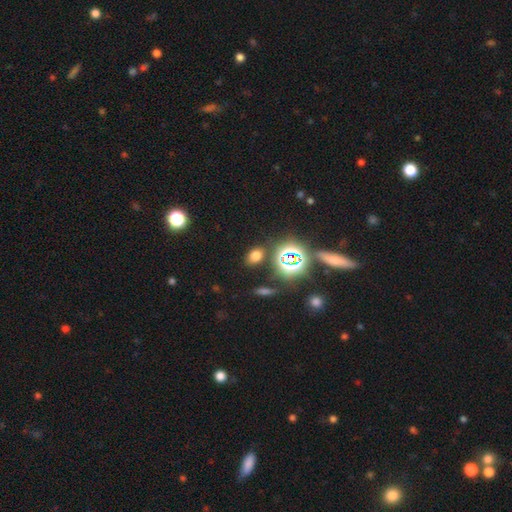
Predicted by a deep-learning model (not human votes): This appears to be a smooth galaxy with no disk features (64%) that is in between round and cigar-shaped (73%). Merging: none (83%).